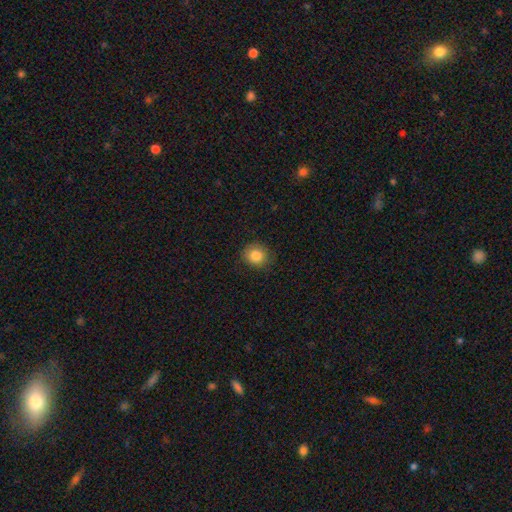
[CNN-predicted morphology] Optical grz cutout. It shows a smooth galaxy with no disk features (85%) that is round (80%). Merging: none (84%).